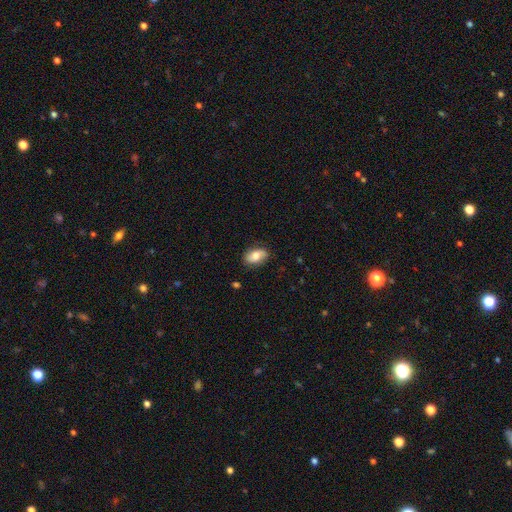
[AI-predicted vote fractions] smooth_or_featured: smooth (p=0.61) [alt: featured or disk p=0.31]
how_rounded: in between (p=0.87) [alt: round p=0.11]
merging: none (p=0.79) [alt: minor disturbance p=0.16]